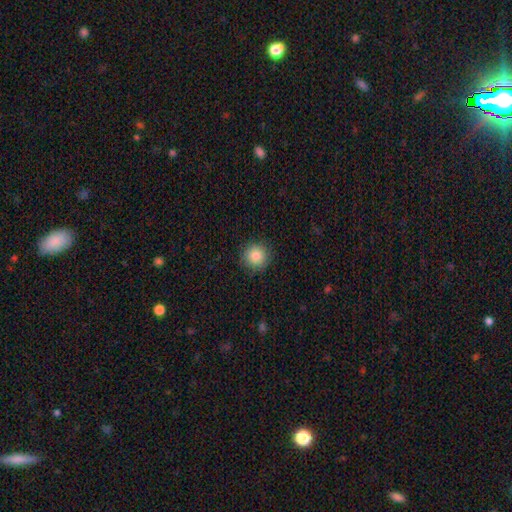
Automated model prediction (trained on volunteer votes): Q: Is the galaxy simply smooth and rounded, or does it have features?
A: smooth — 84%.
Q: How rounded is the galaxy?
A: round — 93%.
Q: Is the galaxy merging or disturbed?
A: none — 89%.